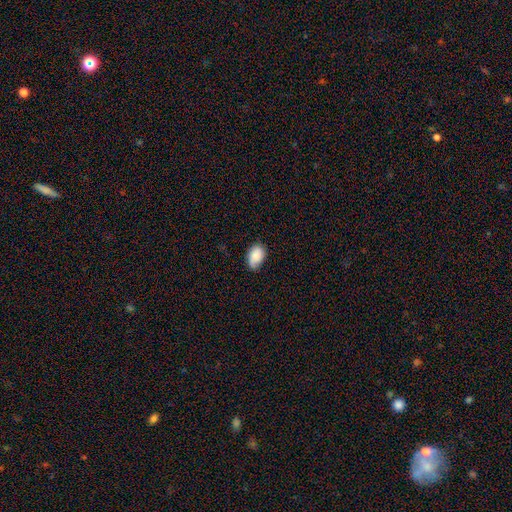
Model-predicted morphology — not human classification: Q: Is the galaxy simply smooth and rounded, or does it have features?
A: smooth — 84%.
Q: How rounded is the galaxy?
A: in between — 87%.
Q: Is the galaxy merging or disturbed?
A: none — 65%.